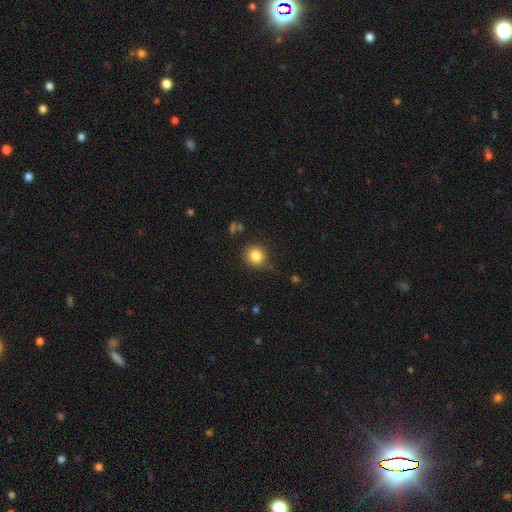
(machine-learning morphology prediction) This appears to be a smooth galaxy with no disk features (84%) that is round (89%). Merging: none (84%).